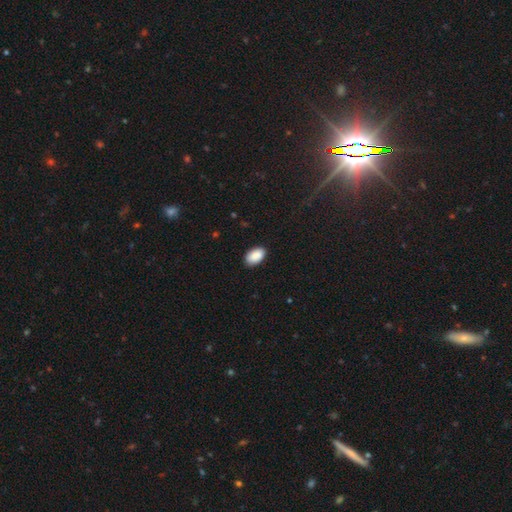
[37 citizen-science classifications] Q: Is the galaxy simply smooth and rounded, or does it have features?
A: smooth — 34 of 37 (92%).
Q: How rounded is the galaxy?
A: in between — 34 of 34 (100%).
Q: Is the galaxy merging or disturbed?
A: none — 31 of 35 (89%).